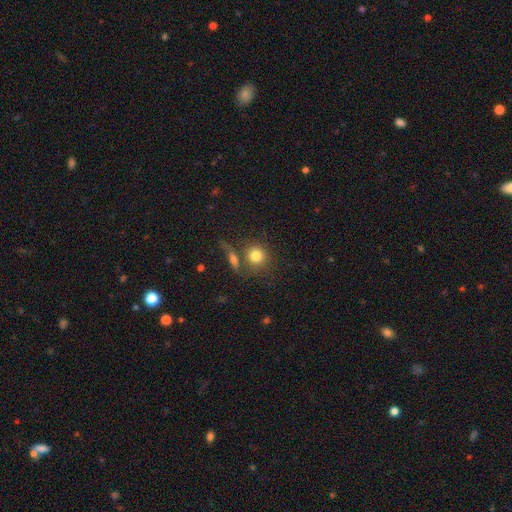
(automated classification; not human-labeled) Smooth or featured? smooth (81%)
How rounded? round (86%)
Merging? none (63%)